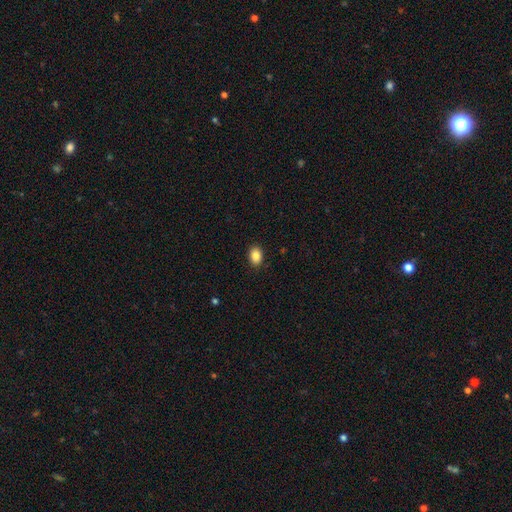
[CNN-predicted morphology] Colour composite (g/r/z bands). It shows a smooth galaxy with no disk features (87%) that is in between round and cigar-shaped (79%). Merging: none (89%).